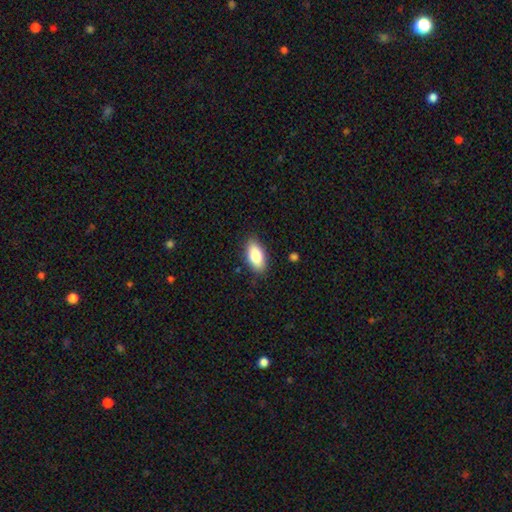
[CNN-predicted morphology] Overall: smooth (82%). How rounded: in between (90%). Merging: none (86%).